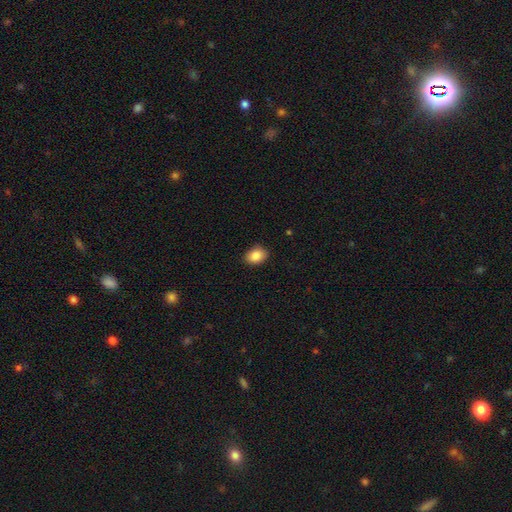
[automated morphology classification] type=smooth (86%); roundness=in between (74%); merging=none (87%).